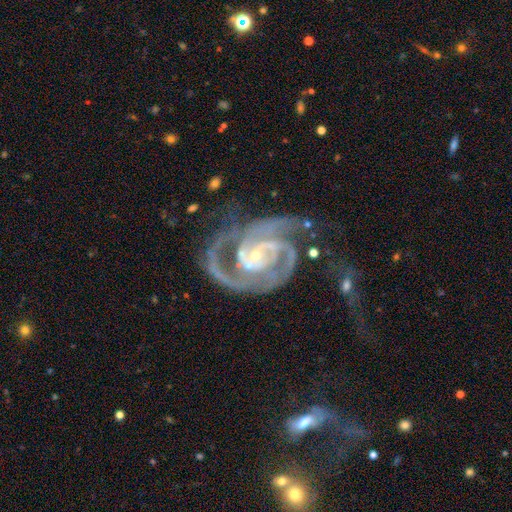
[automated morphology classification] Smooth or featured: featured or disk — 92% (star or artifact — 5%)
Edge-on disk: no — 98% (yes — 2%)
Bar: no — 54% (weak — 31%)
Spiral arms: yes — 98% (no — 2%)
Spiral winding: tight — 49% (medium — 43%)
Spiral arm count: 2 — 58% (3 — 20%)
Bulge size: small — 79% (moderate — 16%)
Merging: none — 45% (major disturbance — 21%)